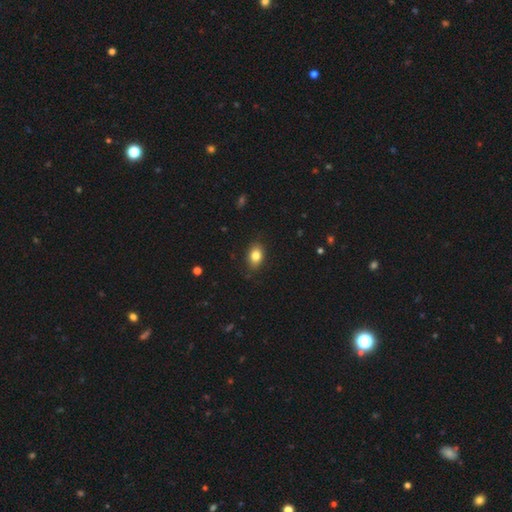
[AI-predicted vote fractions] smooth_or_featured: smooth (p=0.82) [alt: star or artifact p=0.09]
how_rounded: in between (p=0.80) [alt: round p=0.18]
merging: none (p=0.84) [alt: minor disturbance p=0.13]